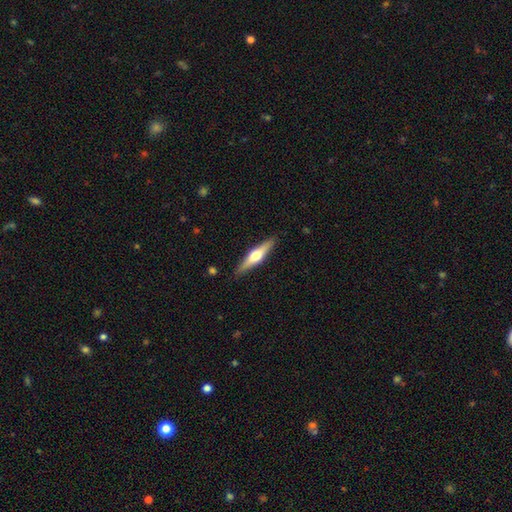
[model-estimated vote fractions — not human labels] A featured or disk galaxy (60%) viewed edge-on (96%) with a rounded central bulge (94%). Merging: none (89%).